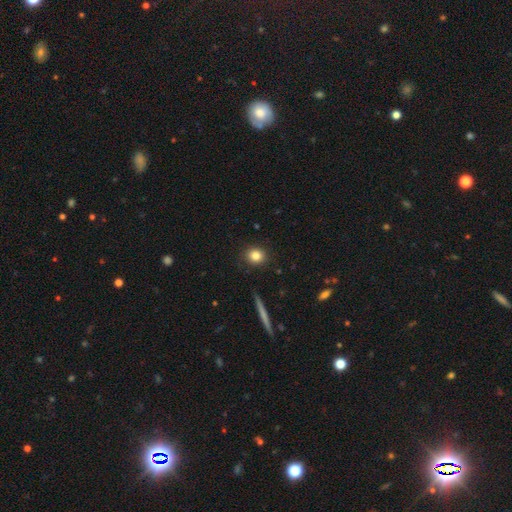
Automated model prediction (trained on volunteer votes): The model was most divided on "how rounded": round: 84%, in between: 14%, cigar-shaped: 2%. More confident: merging — none (90%); smooth or featured — smooth (83%).